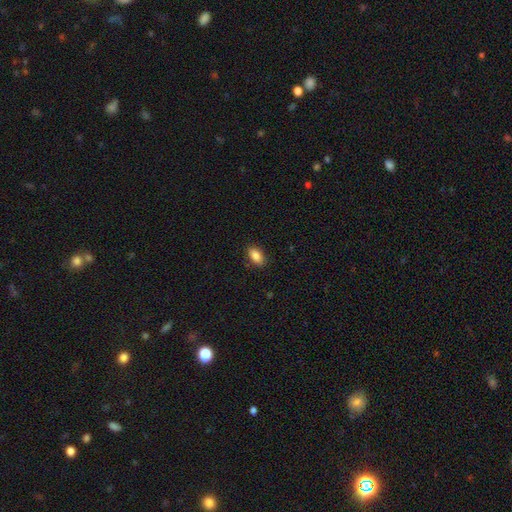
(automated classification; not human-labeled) smooth 87%, star or artifact 8%, featured or disk 5%. Down the decision tree: how rounded — in between (91%); merging — none (88%).